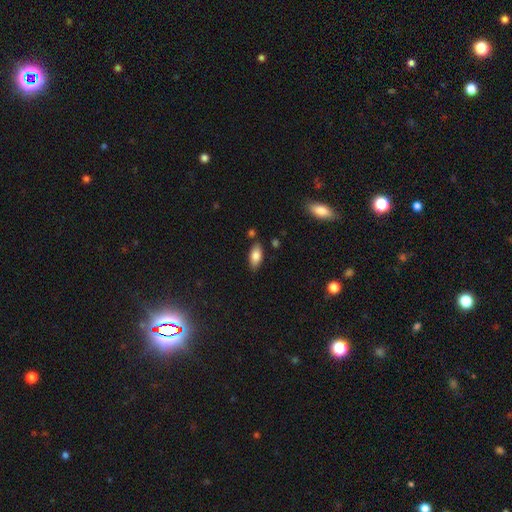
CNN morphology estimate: The model was most divided on "merging": none: 81%, minor disturbance: 13%, merger: 4%, major disturbance: 2%. More confident: how rounded — in between (89%); smooth or featured — smooth (81%).